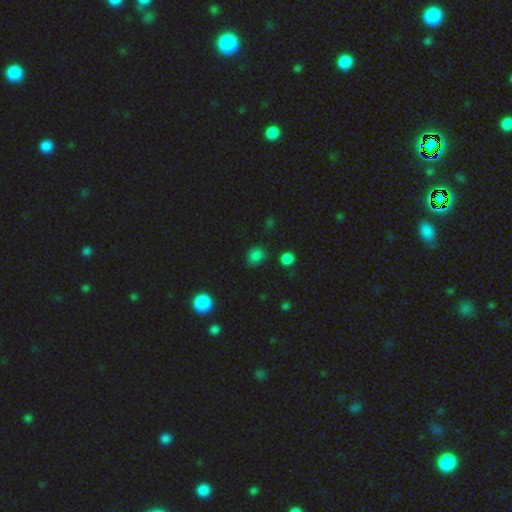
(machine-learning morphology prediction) Q: Smooth or featured?
A: smooth (78%); runner-up: star or artifact (17%)
Q: How rounded?
A: round (72%); runner-up: in between (27%)
Q: Merging?
A: none (80%); runner-up: minor disturbance (14%)